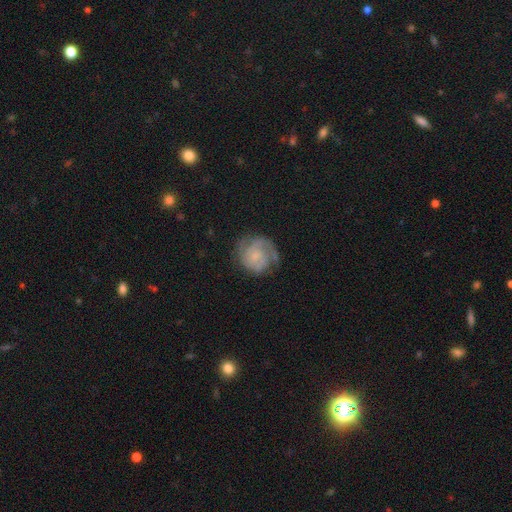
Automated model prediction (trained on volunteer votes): This appears to be a featured or disk galaxy (68%) with no bar (69%), 2 (43%) tight (51%) spiral arms (91%) and a small central bulge (63%). Merging: none (61%).